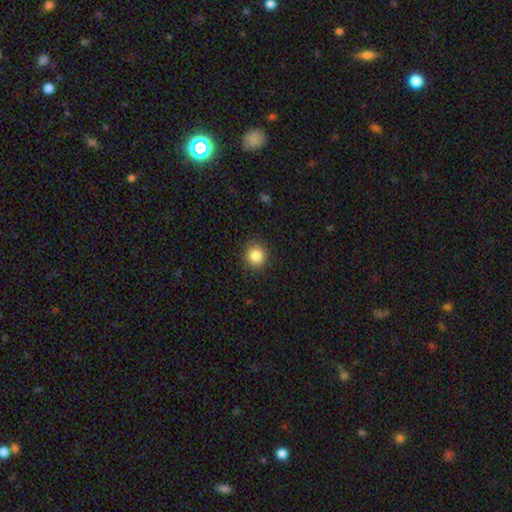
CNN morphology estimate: A smooth galaxy with no disk features (86%) that is round (90%). Merging: none (90%).